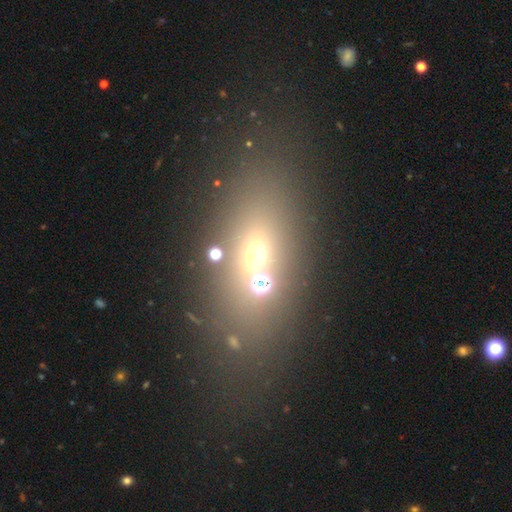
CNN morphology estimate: smooth-or-featured: smooth: 48% | star or artifact: 27% | featured or disk: 24%
  merging: none: 53% | merger: 29% | minor disturbance: 10% | major disturbance: 7%